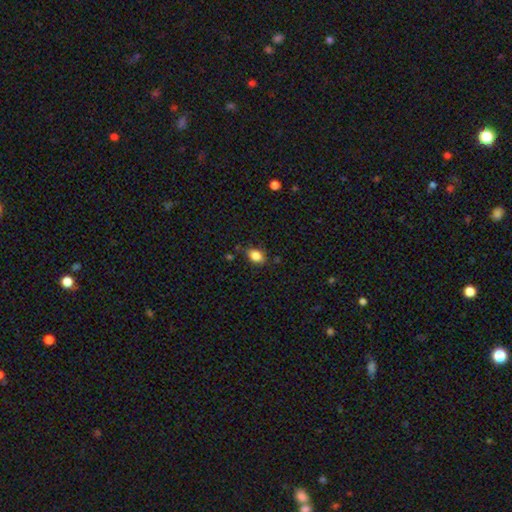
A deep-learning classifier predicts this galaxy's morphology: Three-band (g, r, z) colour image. It shows a smooth galaxy with no disk features (86%) that is in between round and cigar-shaped (82%). Merging: none (79%).